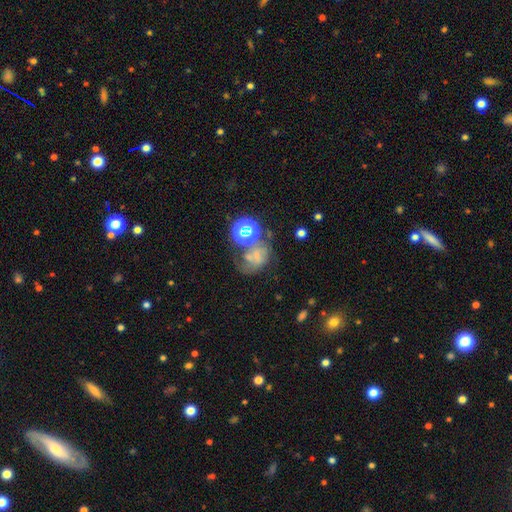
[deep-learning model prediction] The model was most divided on "merging" (2-way tie): merger: 29%, none: 29%, major disturbance: 24%, minor disturbance: 18%. Remaining: smooth or featured — smooth (39%).